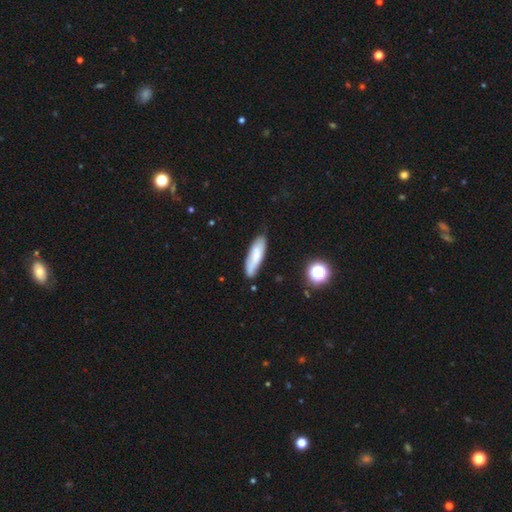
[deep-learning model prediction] Q: Smooth or featured?
A: smooth (62%); runner-up: featured or disk (31%)
Q: How rounded?
A: cigar-shaped (56%); runner-up: in between (42%)
Q: Merging?
A: none (74%); runner-up: minor disturbance (19%)